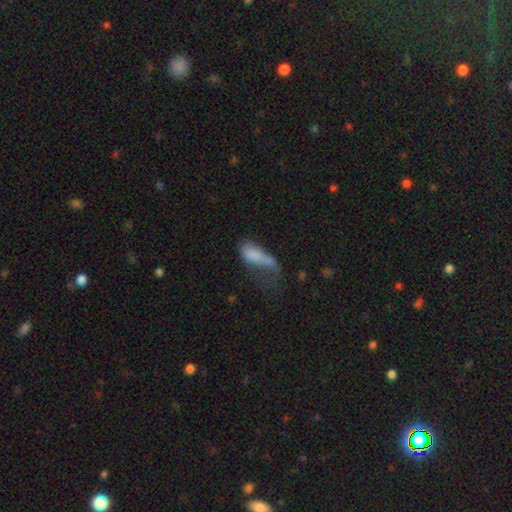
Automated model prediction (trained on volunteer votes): smooth 71%, featured or disk 19%, star or artifact 10%. Down the decision tree: how rounded — in between (65%); merging — major disturbance (55%).